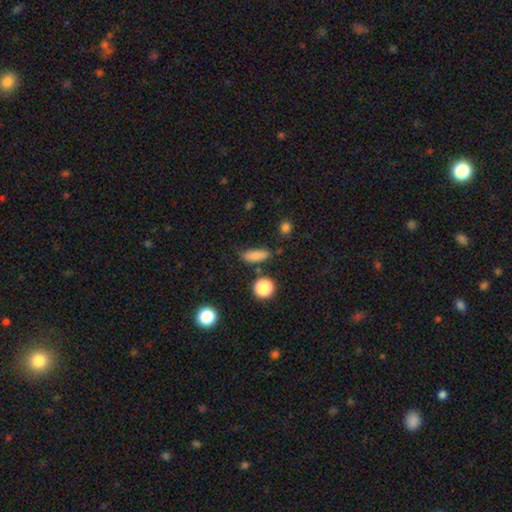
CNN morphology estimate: The model was most divided on "how rounded": in between: 64%, cigar-shaped: 27%, round: 10%. More confident: smooth or featured — smooth (80%); merging — none (70%).